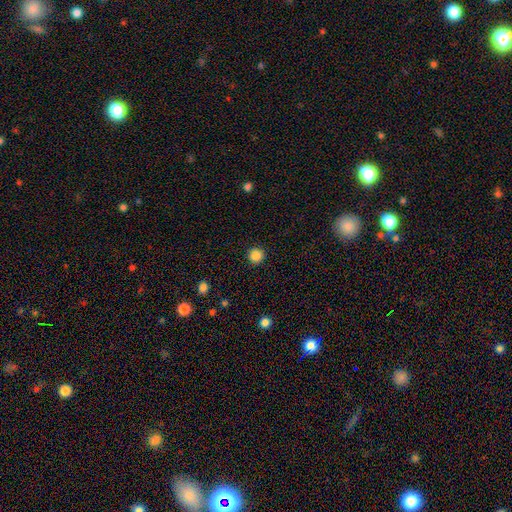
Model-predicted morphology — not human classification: Smooth or featured?
  - smooth: 86% *
  - star or artifact: 11%
  - featured or disk: 3%
How rounded?
  - round: 95% *
  - in between: 4%
  - cigar-shaped: 1%
Merging?
  - none: 92% *
  - minor disturbance: 5%
  - major disturbance: 2%
  - merger: 1%